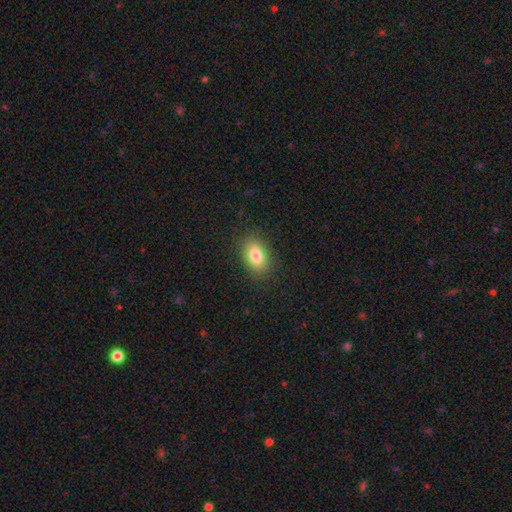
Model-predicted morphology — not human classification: The model was most divided on "how rounded": in between: 85%, round: 13%, cigar-shaped: 2%. More confident: merging — none (87%); smooth or featured — smooth (82%).